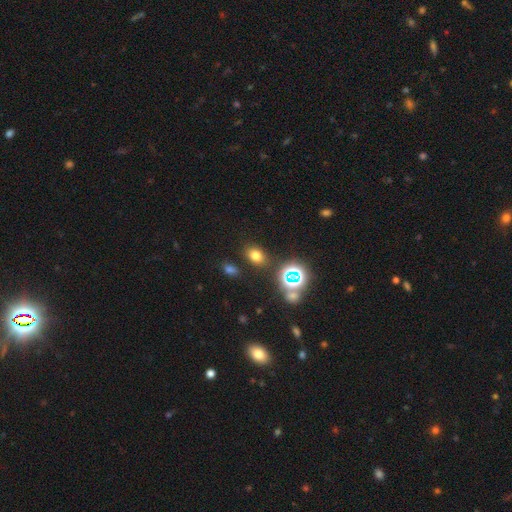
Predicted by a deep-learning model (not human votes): Smooth or featured?
  - smooth: 70% *
  - star or artifact: 22%
  - featured or disk: 7%
How rounded?
  - in between: 64% *
  - round: 35%
  - cigar-shaped: 1%
Merging?
  - none: 83% *
  - minor disturbance: 10%
  - merger: 4%
  - major disturbance: 3%